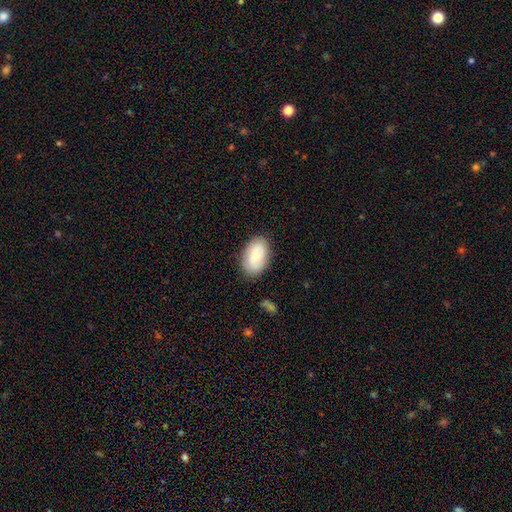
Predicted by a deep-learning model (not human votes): Smooth or featured? smooth (65%)
How rounded? in between (90%)
Merging? none (83%)